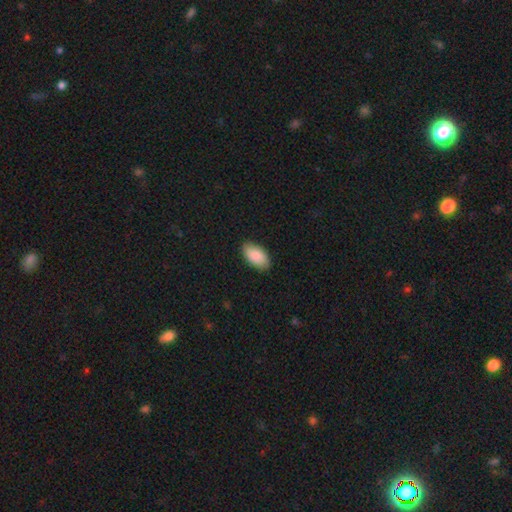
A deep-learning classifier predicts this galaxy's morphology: Smooth or featured: smooth — 88% (featured or disk — 6%)
How rounded: in between — 95% (round — 3%)
Merging: none — 87% (minor disturbance — 10%)